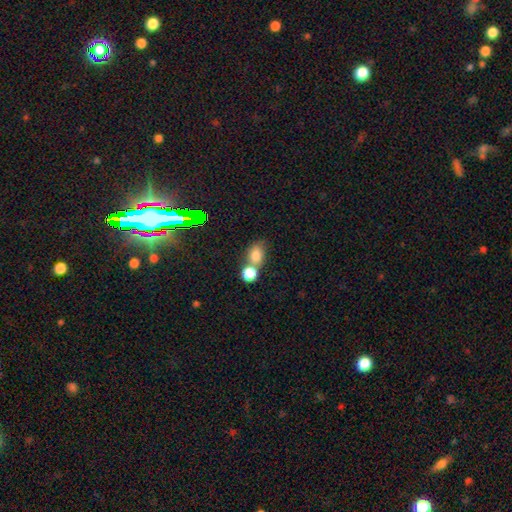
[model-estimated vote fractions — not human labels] Morphology: type=smooth (78%); roundness=in between (55%); merging=merger (46%).